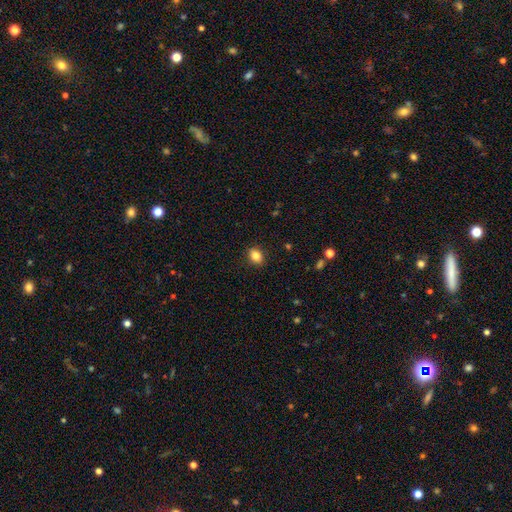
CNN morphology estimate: This is clearly a smooth galaxy (85%). How rounded: likely in between (71%). Merging: clearly none (89%).